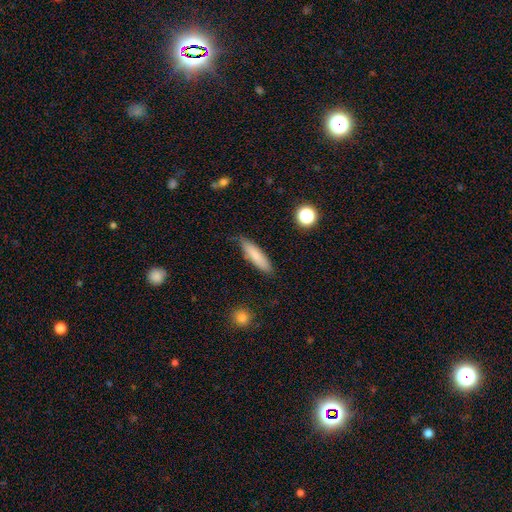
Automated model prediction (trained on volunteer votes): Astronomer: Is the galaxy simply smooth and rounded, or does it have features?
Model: smooth — 79%.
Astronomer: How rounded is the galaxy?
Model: cigar-shaped — 64%.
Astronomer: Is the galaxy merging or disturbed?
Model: none — 73%.